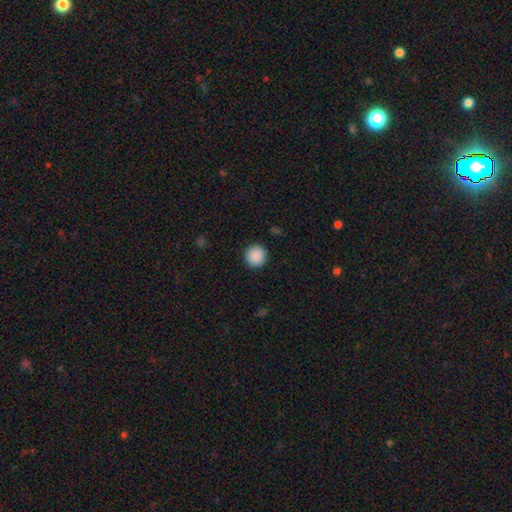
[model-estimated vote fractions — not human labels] Smooth or featured? smooth (89%)
How rounded? round (95%)
Merging? none (92%)